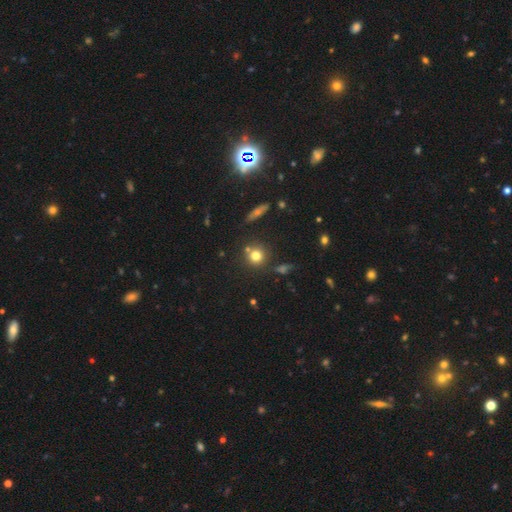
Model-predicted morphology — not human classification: Smooth or featured? smooth (74%)
How rounded? round (90%)
Merging? none (73%)